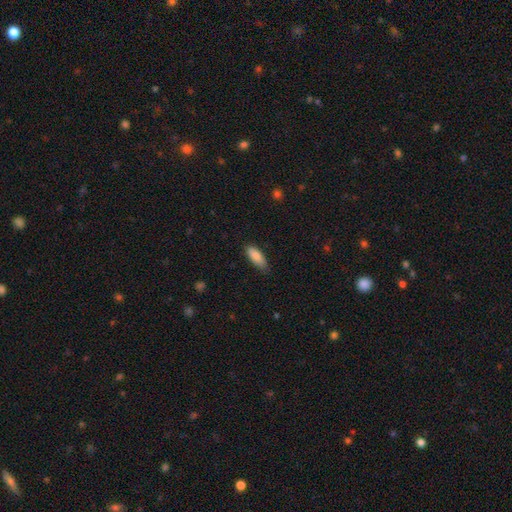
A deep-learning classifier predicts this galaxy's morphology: type=smooth (85%); roundness=in between (71%); merging=none (73%).